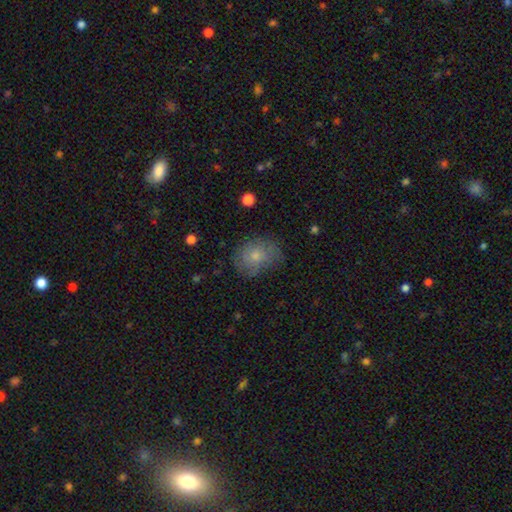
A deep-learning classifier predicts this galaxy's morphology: smooth-or-featured: smooth: 67% | featured or disk: 23% | star or artifact: 9%
  how-rounded: in between: 50% | round: 49% | cigar-shaped: 1%
  merging: none: 59% | minor disturbance: 28% | major disturbance: 12% | merger: 2%